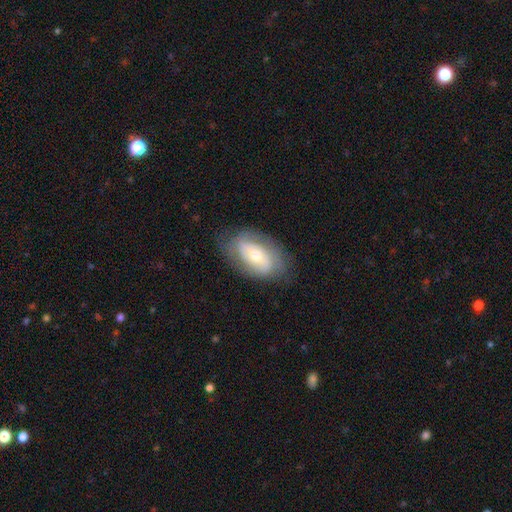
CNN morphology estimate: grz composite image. It shows a featured or disk galaxy (54%). Merging: none (73%).